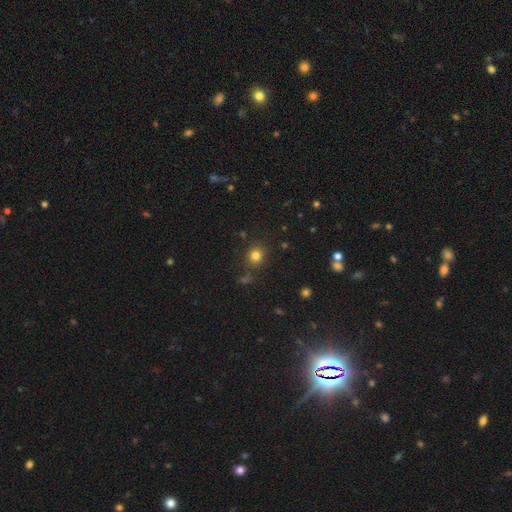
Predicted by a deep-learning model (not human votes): smooth_or_featured: smooth (p=0.79) [alt: star or artifact p=0.15]
how_rounded: round (p=0.85) [alt: in between p=0.14]
merging: none (p=0.82) [alt: minor disturbance p=0.10]